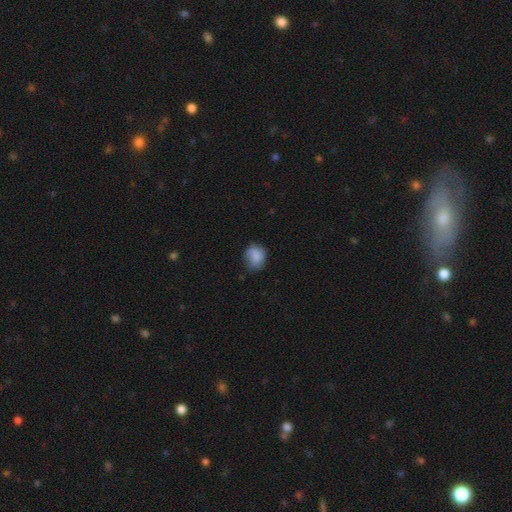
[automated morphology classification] smooth-or-featured: smooth: 77% | featured or disk: 15% | star or artifact: 8%
  how-rounded: round: 65% | in between: 34% | cigar-shaped: 1%
  merging: none: 62% | minor disturbance: 28% | major disturbance: 9% | merger: 1%